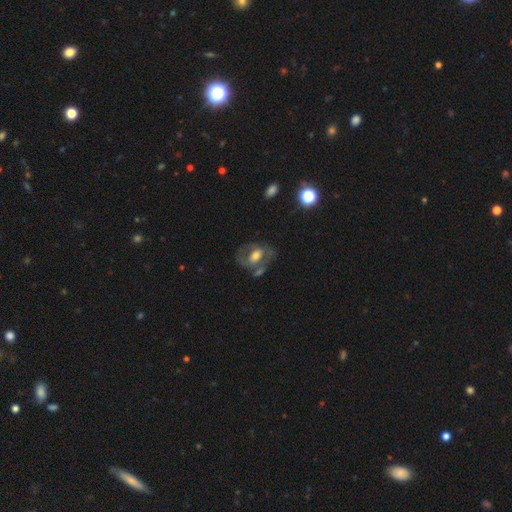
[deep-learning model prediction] The model was most divided on "bar": no: 48%, weak: 33%, strong: 19%. More confident: edge-on disk — no (93%); spiral arms — no (60%); bulge size — moderate (58%); smooth or featured — featured or disk (57%); merging — none (55%).